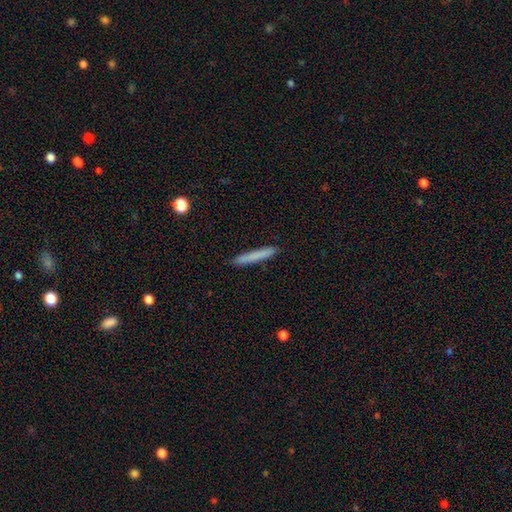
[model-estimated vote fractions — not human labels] Q: Smooth or featured?
A: smooth (77%); runner-up: featured or disk (17%)
Q: How rounded?
A: cigar-shaped (96%); runner-up: in between (3%)
Q: Merging?
A: none (91%); runner-up: minor disturbance (7%)